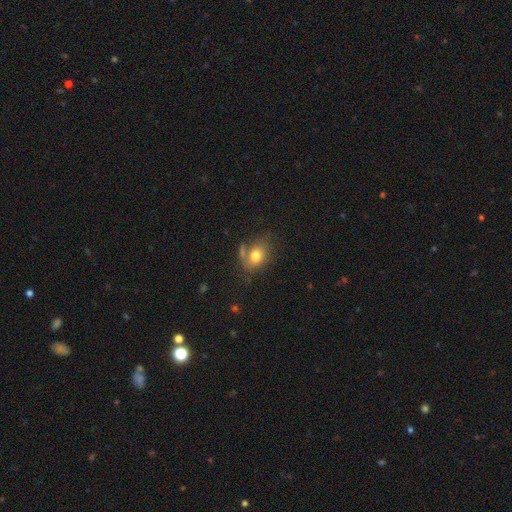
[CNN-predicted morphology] A smooth galaxy with no disk features (77%) that is in between round and cigar-shaped (63%).

Vote fractions:
- Smooth or featured? smooth: 77% / featured or disk: 13% / star or artifact: 10%
- How rounded? in between: 63% / round: 35% / cigar-shaped: 1%
- Merging? none: 58% / minor disturbance: 19% / merger: 15% / major disturbance: 8%